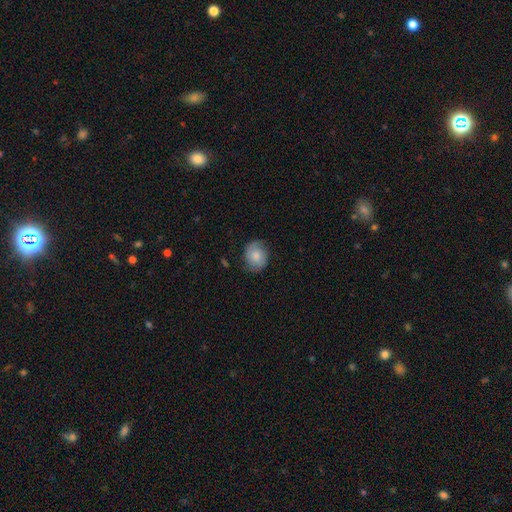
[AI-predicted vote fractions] This appears to be a smooth galaxy with no disk features (71%) that is round (60%). Merging: none (74%).